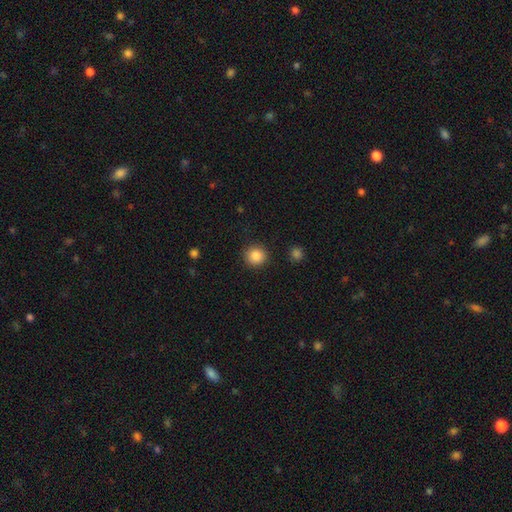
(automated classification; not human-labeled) Overall: smooth (86%). How rounded: round (93%). Merging: none (91%).